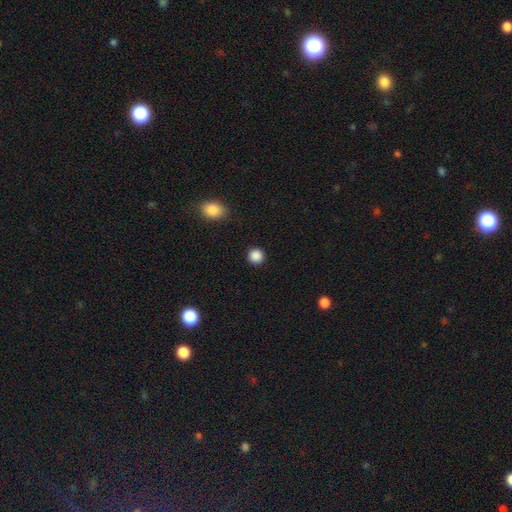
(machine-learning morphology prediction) Overall: smooth (88%). How rounded: round (93%). Merging: none (92%).